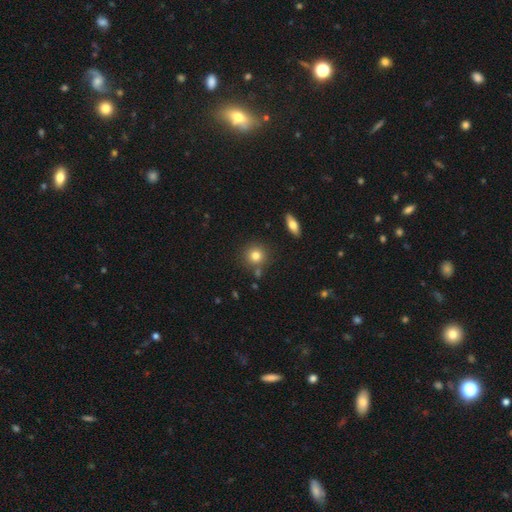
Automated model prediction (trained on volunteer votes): This appears to be a smooth galaxy with no disk features (79%) that is round (90%). Merging: none (81%).